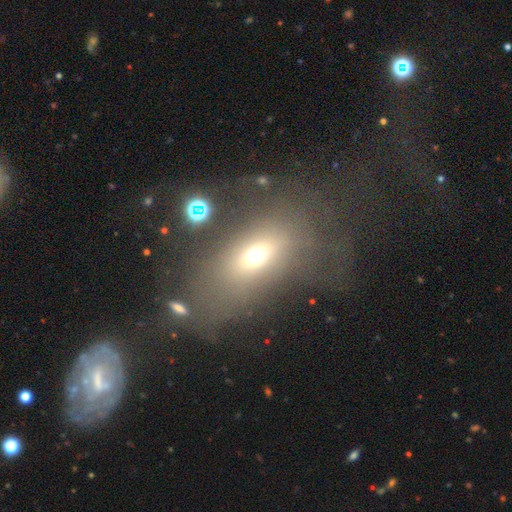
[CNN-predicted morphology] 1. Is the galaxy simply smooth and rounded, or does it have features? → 58% smooth, 24% featured or disk, 18% star or artifact.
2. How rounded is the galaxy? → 73% in between, 19% round, 7% cigar-shaped.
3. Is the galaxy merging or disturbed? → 49% none, 28% major disturbance, 18% minor disturbance, 5% merger.